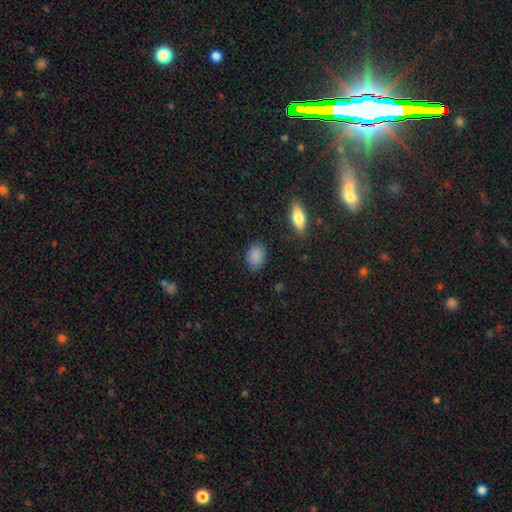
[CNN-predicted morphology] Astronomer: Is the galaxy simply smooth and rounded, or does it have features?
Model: smooth — 87%.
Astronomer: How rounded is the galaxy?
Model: in between — 66%.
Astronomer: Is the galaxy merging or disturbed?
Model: none — 80%.